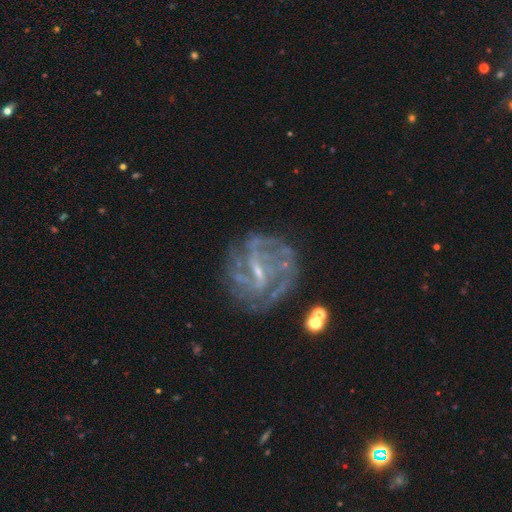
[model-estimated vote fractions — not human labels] Smooth or featured? Predicted: featured or disk (p=0.78). Edge-on disk? Predicted: no (p=0.96). Bar? Predicted: weak (p=0.48). Spiral arms? Predicted: yes (p=0.84). Spiral winding? Predicted: tight (p=0.44). Spiral arm count? Predicted: can't tell (p=0.36). Bulge size? Predicted: small (p=0.68). Merging? Predicted: none (p=0.72).